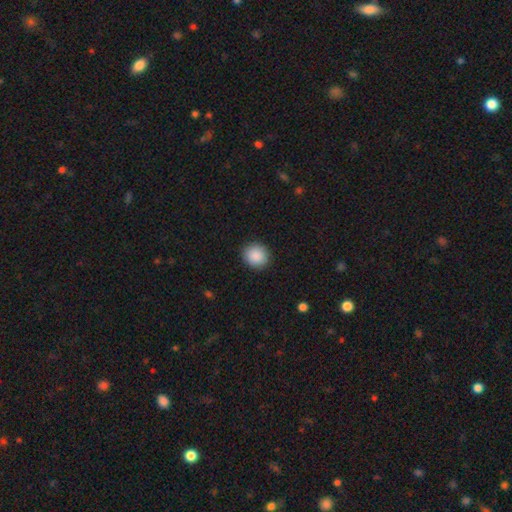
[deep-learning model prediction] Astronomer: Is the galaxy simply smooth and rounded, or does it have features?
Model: smooth — 89%.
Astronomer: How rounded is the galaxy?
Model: round — 86%.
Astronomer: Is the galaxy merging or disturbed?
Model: none — 91%.